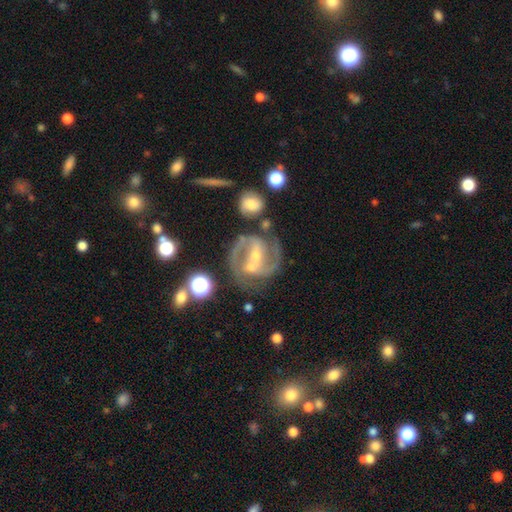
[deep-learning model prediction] A featured or disk galaxy (89%) with a strong bar (52%), 2 (89%) medium (56%) spiral arms (96%) and a small central bulge (57%). Merging: none (62%).